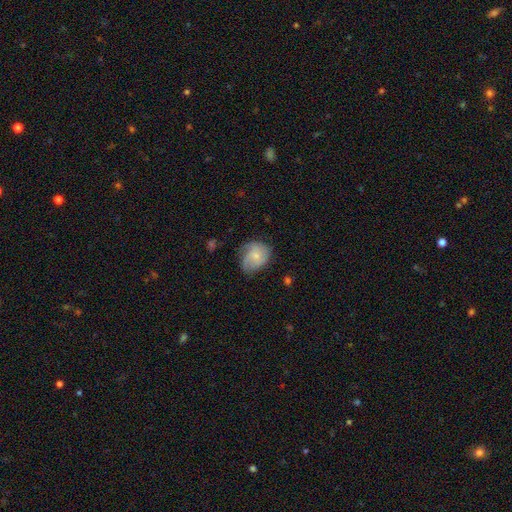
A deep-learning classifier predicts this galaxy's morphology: smooth_or_featured: featured or disk (p=0.51) [alt: smooth p=0.42]
disk_edge_on: no (p=0.98) [alt: yes p=0.02]
merging: none (p=0.54) [alt: minor disturbance p=0.30]